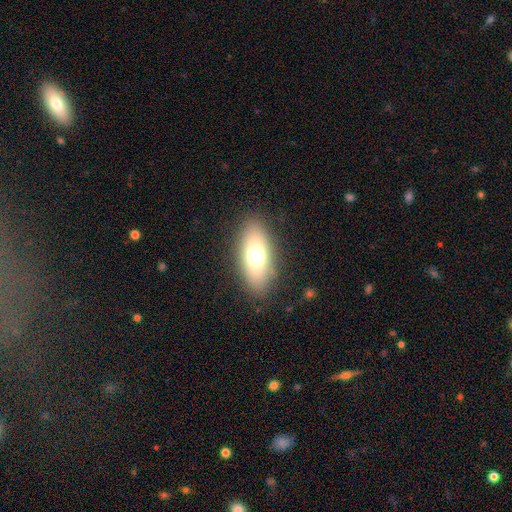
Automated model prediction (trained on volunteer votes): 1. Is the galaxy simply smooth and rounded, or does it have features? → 68% smooth, 21% featured or disk, 11% star or artifact.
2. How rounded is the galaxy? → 81% in between, 11% cigar-shaped, 7% round.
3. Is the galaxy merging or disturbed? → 85% none, 10% minor disturbance, 4% major disturbance, 1% merger.